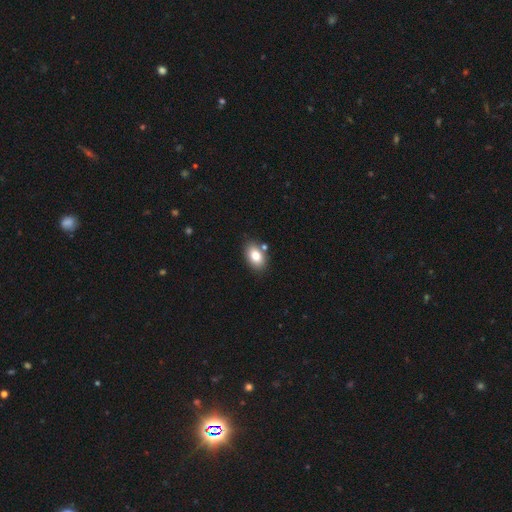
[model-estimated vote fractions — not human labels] Morphology: type=smooth (81%); roundness=in between (87%); merging=none (78%).